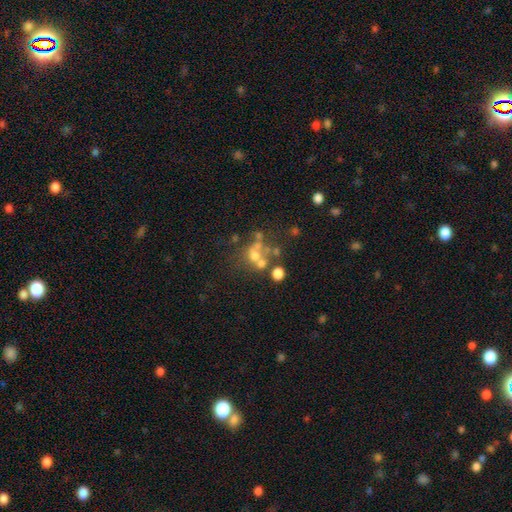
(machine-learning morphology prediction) A smooth galaxy with no disk features (38%). Merging: none (40%).